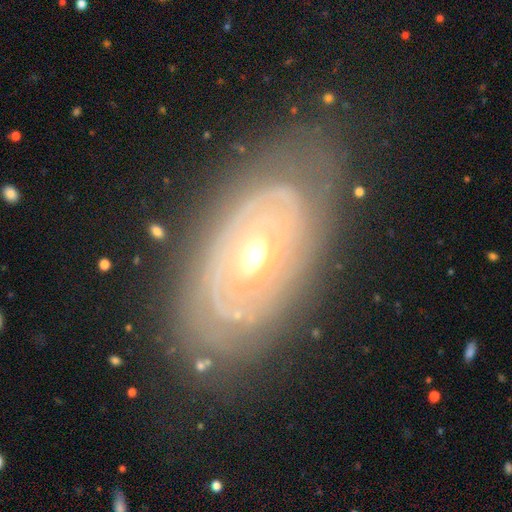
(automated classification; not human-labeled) Smooth or featured? Predicted: featured or disk (p=0.78). Edge-on disk? Predicted: no (p=0.92). Bar? Predicted: no (p=0.74). Spiral arms? Predicted: yes (p=0.64). Bulge size? Predicted: moderate (p=0.55). Merging? Predicted: none (p=0.77).